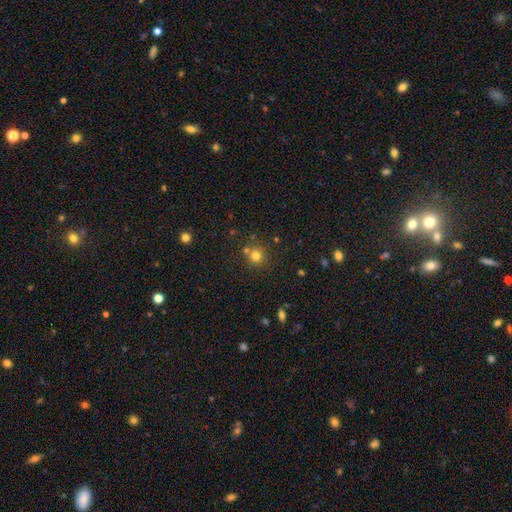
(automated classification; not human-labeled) The model was most divided on "merging": none: 70%, merger: 19%, minor disturbance: 8%, major disturbance: 3%. More confident: how rounded — round (91%); smooth or featured — smooth (75%).